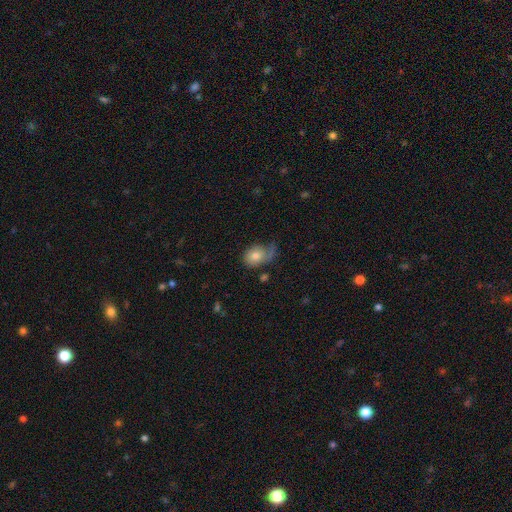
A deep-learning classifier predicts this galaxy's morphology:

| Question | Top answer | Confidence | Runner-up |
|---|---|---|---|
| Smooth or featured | smooth | 62% | featured or disk (30%) |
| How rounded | in between | 68% | round (31%) |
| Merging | none | 37% | major disturbance (30%) |